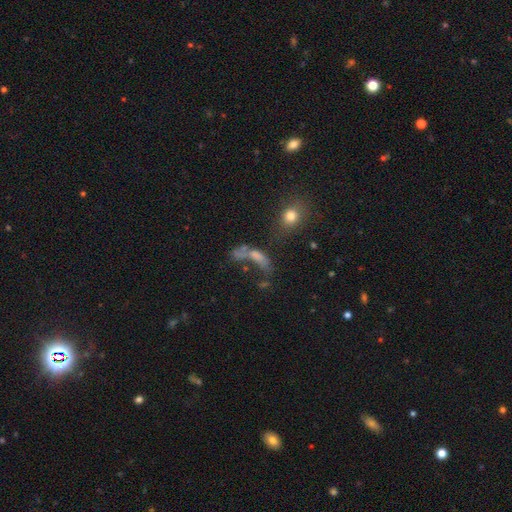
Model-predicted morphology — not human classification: type=smooth (44%); merging=merger (36%).